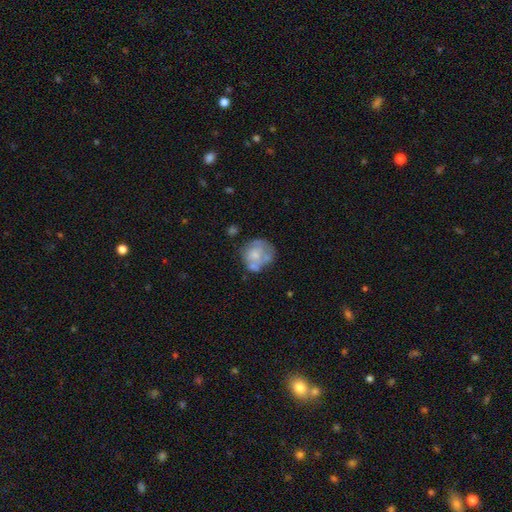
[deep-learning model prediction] Smooth or featured? featured or disk (47%)
Merging? none (46%)